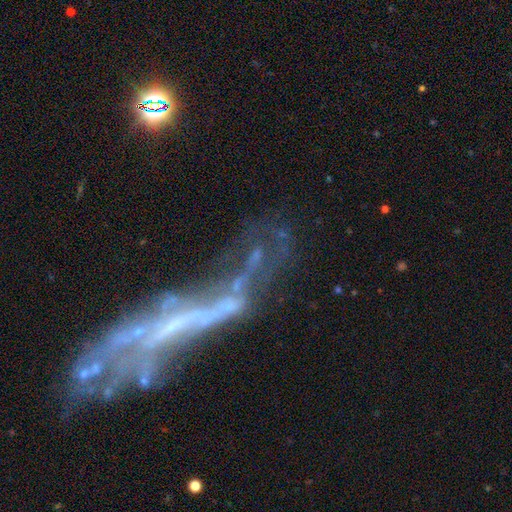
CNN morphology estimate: Q: Smooth or featured?
A: featured or disk (58%); runner-up: star or artifact (23%)
Q: Edge-on disk?
A: no (72%); runner-up: yes (28%)
Q: Merging?
A: merger (40%); runner-up: major disturbance (28%)